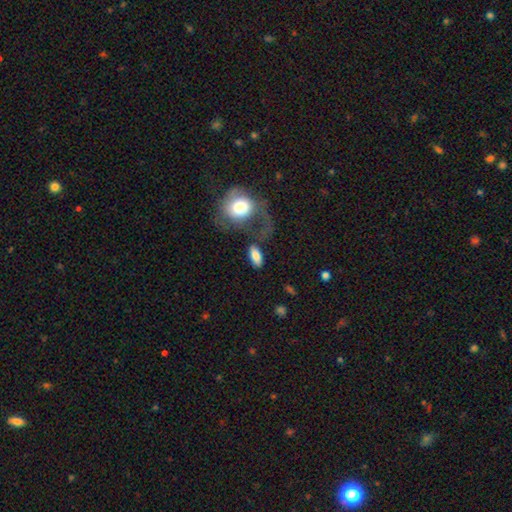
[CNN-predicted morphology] smooth-or-featured: smooth: 80% | featured or disk: 13% | star or artifact: 7%
  how-rounded: in between: 86% | cigar-shaped: 7% | round: 7%
  merging: none: 54% | major disturbance: 16% | minor disturbance: 16% | merger: 14%